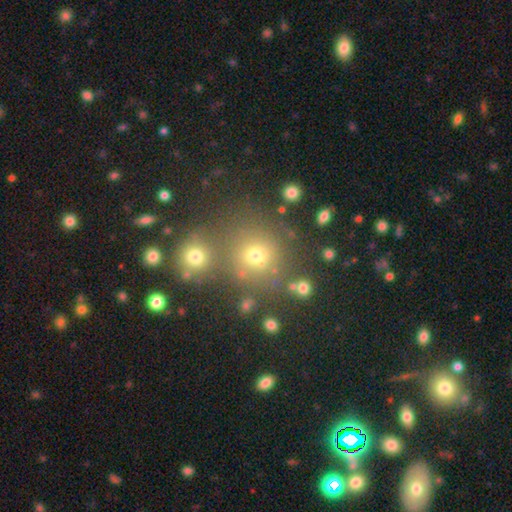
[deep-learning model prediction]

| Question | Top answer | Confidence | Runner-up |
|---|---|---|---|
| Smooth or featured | smooth | 66% | star or artifact (24%) |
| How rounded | round | 87% | in between (12%) |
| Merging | none | 65% | merger (21%) |